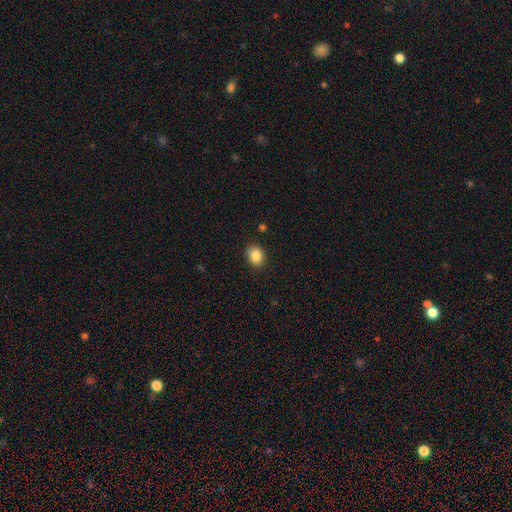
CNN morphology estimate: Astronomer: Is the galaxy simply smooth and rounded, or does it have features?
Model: smooth — 86%.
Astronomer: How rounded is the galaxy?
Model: in between — 54% (runner-up: round, 45%).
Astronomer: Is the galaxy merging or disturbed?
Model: none — 88%.